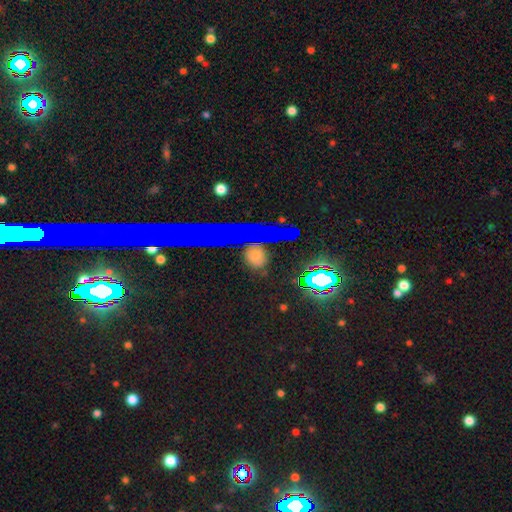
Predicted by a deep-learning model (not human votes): Overall: star or artifact (51%; smooth 37%).